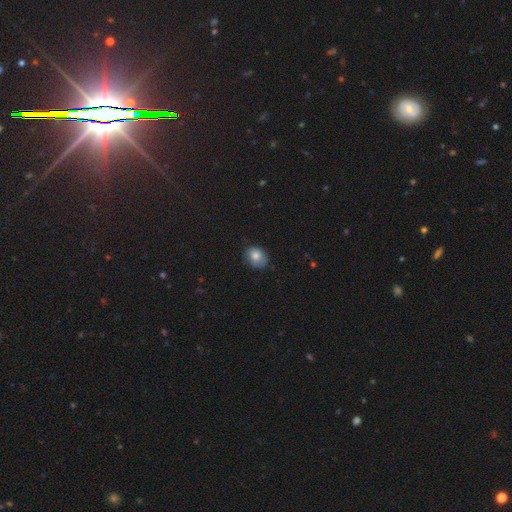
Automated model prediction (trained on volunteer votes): Smooth or featured? smooth (78%)
How rounded? in between (51%)
Merging? none (71%)